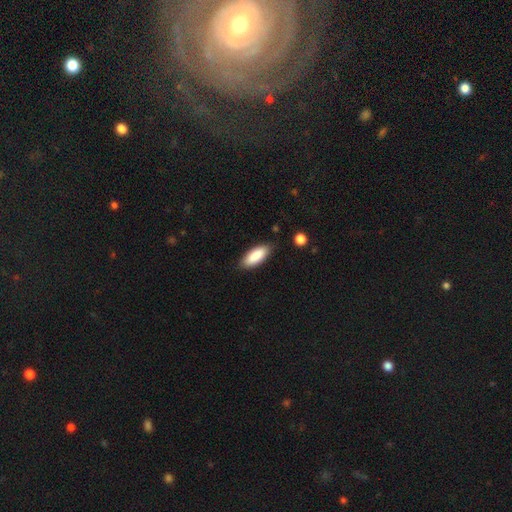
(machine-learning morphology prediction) Overall: smooth (87%). How rounded: in between (76%). Merging: none (84%).